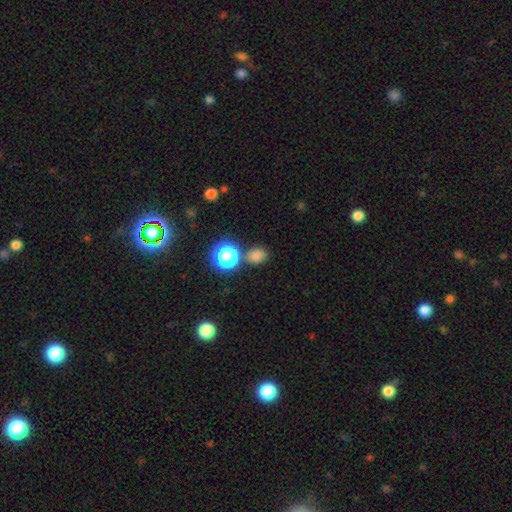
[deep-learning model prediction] The model was most divided on "how rounded": round: 53%, in between: 45%, cigar-shaped: 1%. More confident: smooth or featured — smooth (77%); merging — none (71%).